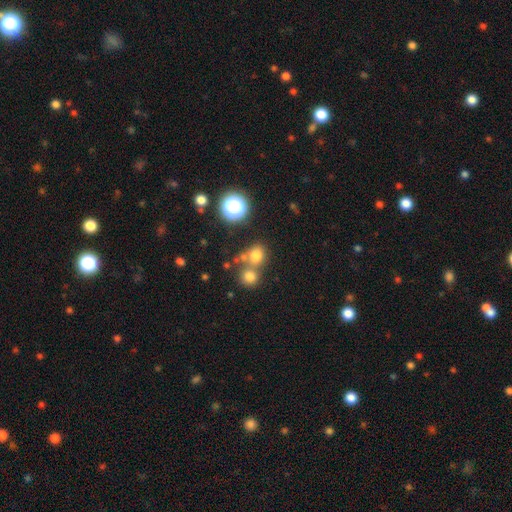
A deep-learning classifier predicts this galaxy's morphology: Smooth or featured? Predicted: smooth (p=0.73). How rounded? Predicted: round (p=0.73). Merging? Predicted: none (p=0.54).